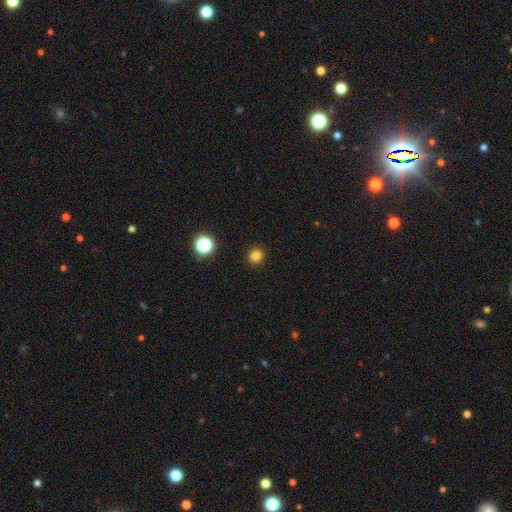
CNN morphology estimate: The model was most divided on "smooth or featured": smooth: 81%, star or artifact: 15%, featured or disk: 4%. More confident: how rounded — round (92%); merging — none (92%).